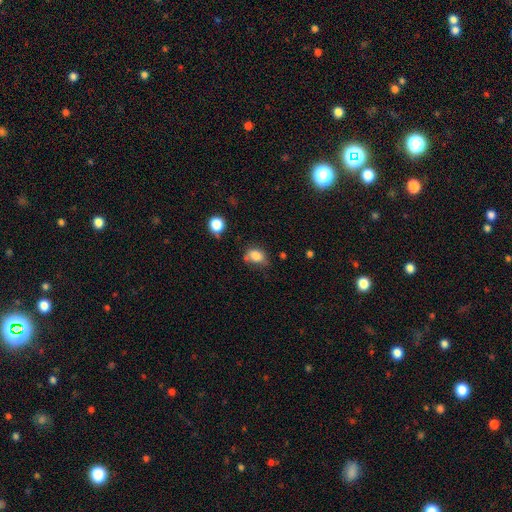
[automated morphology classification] A smooth galaxy with no disk features (81%) that is in between round and cigar-shaped (66%). Merging: none (52%).